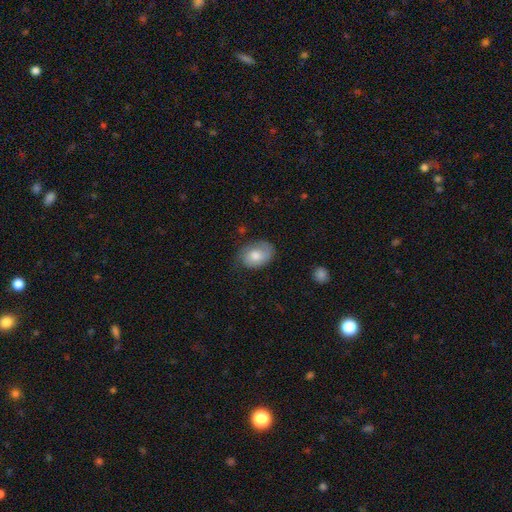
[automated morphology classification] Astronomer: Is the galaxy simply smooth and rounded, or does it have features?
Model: smooth — 65%.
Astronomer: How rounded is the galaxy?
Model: in between — 76%.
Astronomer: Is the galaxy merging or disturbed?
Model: none — 61%.